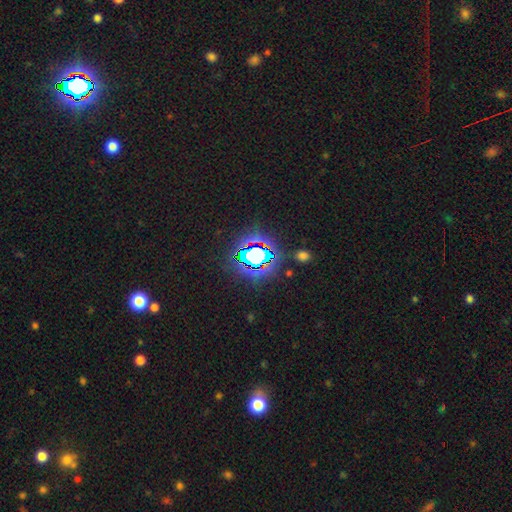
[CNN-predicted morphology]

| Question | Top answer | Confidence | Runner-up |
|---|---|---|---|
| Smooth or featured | star or artifact | 69% | smooth (18%) |